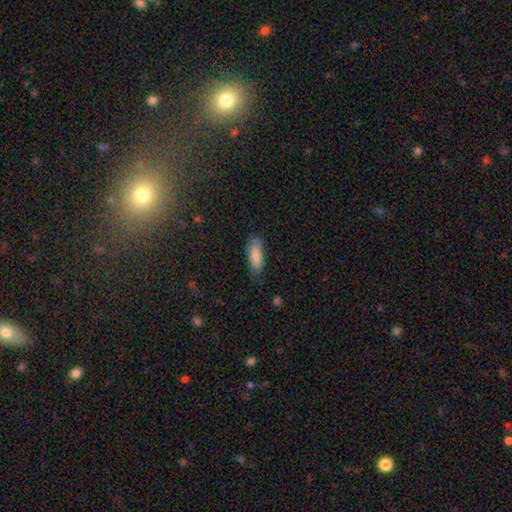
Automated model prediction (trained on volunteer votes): Smooth or featured?
  - smooth: 85% *
  - featured or disk: 9%
  - star or artifact: 6%
How rounded?
  - in between: 70% *
  - cigar-shaped: 28%
  - round: 2%
Merging?
  - none: 73% *
  - minor disturbance: 21%
  - major disturbance: 4%
  - merger: 1%